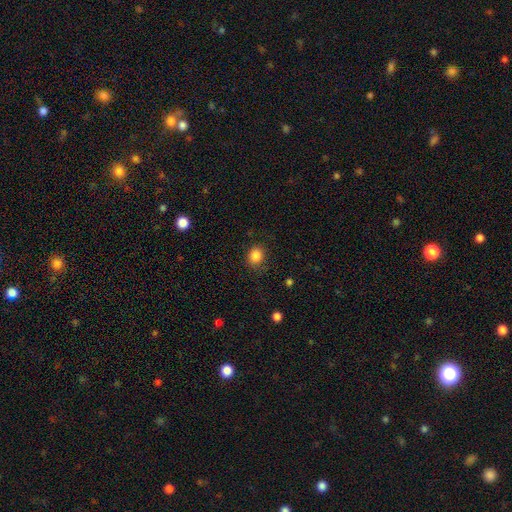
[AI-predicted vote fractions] The model was most divided on "how rounded": round: 68%, in between: 31%, cigar-shaped: 1%. More confident: smooth or featured — smooth (85%); merging — none (82%).